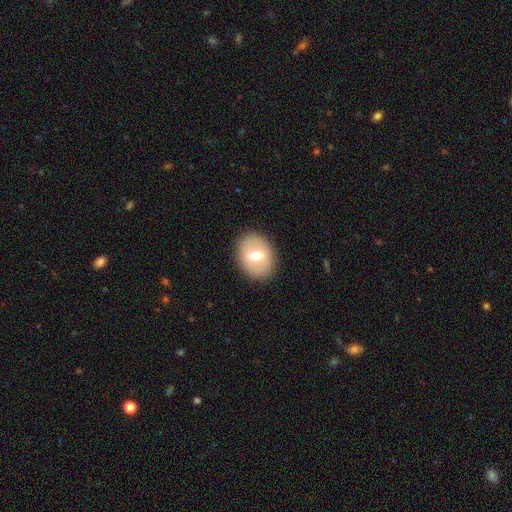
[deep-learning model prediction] Smooth or featured: smooth — 62% (featured or disk — 30%)
How rounded: in between — 54% (round — 45%)
Merging: none — 88% (minor disturbance — 8%)